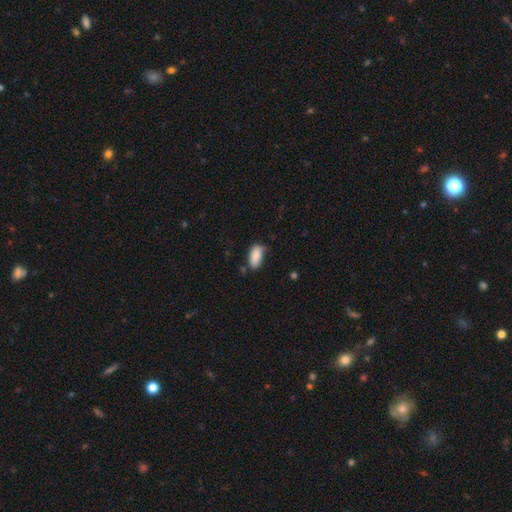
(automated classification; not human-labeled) Smooth or featured: smooth — 88% (star or artifact — 7%)
How rounded: in between — 92% (cigar-shaped — 5%)
Merging: none — 60% (minor disturbance — 30%)